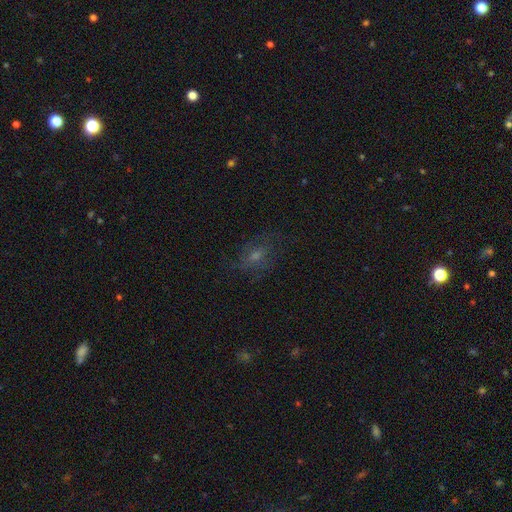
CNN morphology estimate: Smooth or featured?
  - featured or disk: 40% *
  - smooth: 36%
  - star or artifact: 24%
Merging?
  - none: 68% *
  - minor disturbance: 18%
  - major disturbance: 13%
  - merger: 1%